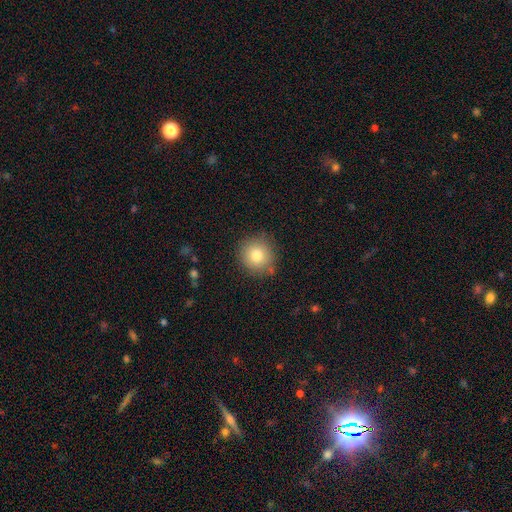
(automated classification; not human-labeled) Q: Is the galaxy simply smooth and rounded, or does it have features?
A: smooth — 80%.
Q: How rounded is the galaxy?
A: round — 92%.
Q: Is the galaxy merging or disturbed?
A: none — 84%.